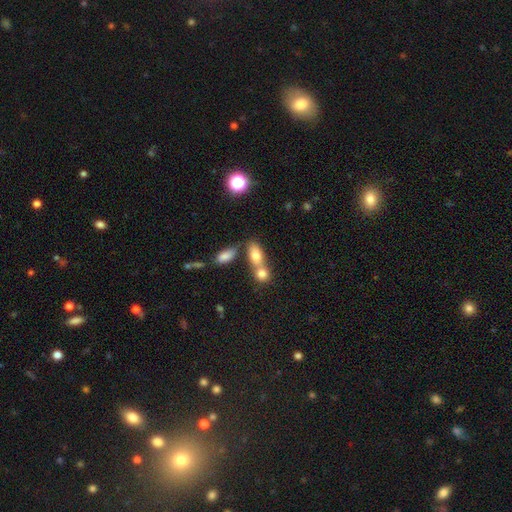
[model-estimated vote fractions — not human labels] This appears to be a smooth galaxy with no disk features (76%) that is in between round and cigar-shaped (77%). Merging: merger (55%).